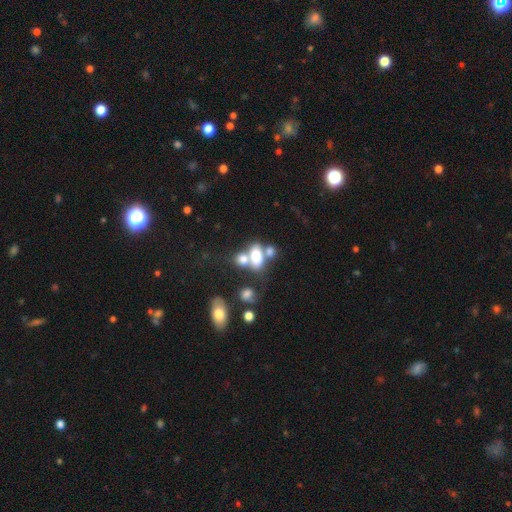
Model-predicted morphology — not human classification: Smooth or featured? smooth (70%)
How rounded? in between (85%)
Merging? merger (54%)